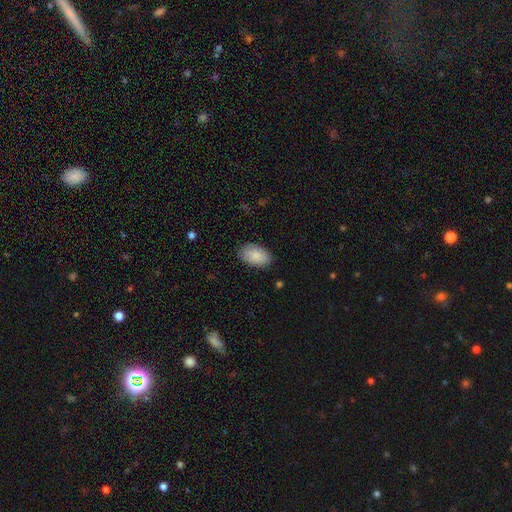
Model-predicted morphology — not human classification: A smooth galaxy with no disk features (89%) that is in between round and cigar-shaped (94%).

Vote fractions:
- Smooth or featured? smooth: 89% / star or artifact: 6% / featured or disk: 5%
- How rounded? in between: 94% / round: 5% / cigar-shaped: 1%
- Merging? none: 85% / minor disturbance: 11% / major disturbance: 2% / merger: 1%